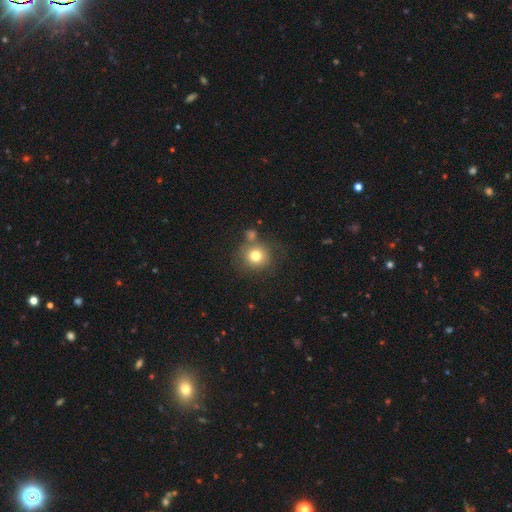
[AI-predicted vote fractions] smooth-or-featured: smooth: 76% | star or artifact: 12% | featured or disk: 12%
  how-rounded: round: 91% | in between: 8% | cigar-shaped: 1%
  merging: none: 68% | merger: 14% | minor disturbance: 12% | major disturbance: 5%